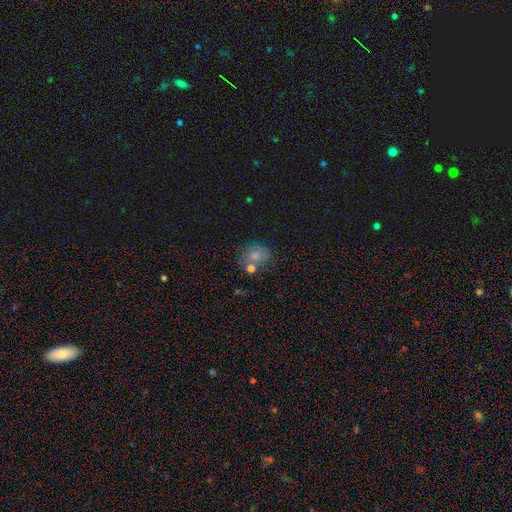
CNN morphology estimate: Smooth or featured?
  - smooth: 70% *
  - star or artifact: 16%
  - featured or disk: 14%
How rounded?
  - round: 58% *
  - in between: 40%
  - cigar-shaped: 1%
Merging?
  - none: 59% *
  - minor disturbance: 18%
  - merger: 16%
  - major disturbance: 8%